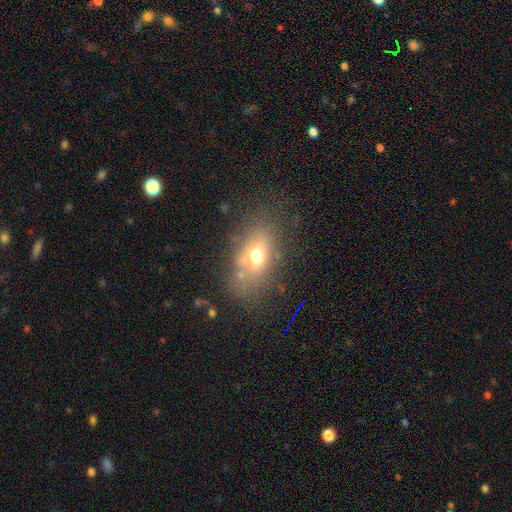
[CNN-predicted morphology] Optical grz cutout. It shows a smooth galaxy with no disk features (61%) that is in between round and cigar-shaped (82%). Merging: none (60%).